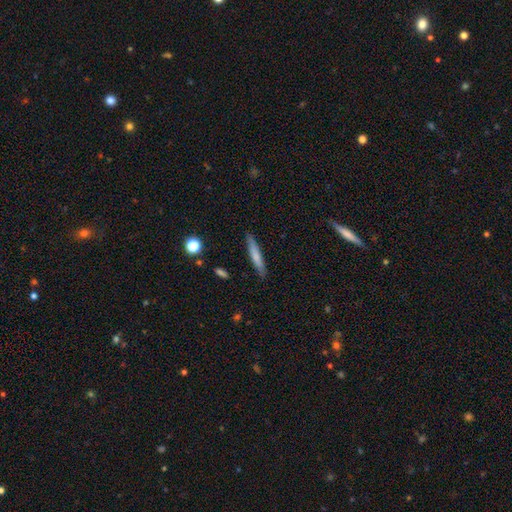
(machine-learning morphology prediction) This is likely a smooth galaxy (71%). How rounded: clearly cigar-shaped (93%). Merging: clearly none (87%).